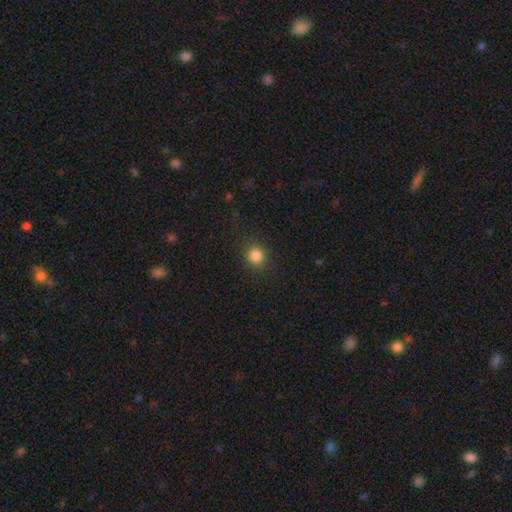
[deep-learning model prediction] Smooth or featured?
  - smooth: 83% *
  - star or artifact: 12%
  - featured or disk: 4%
How rounded?
  - round: 90% *
  - in between: 9%
  - cigar-shaped: 1%
Merging?
  - none: 89% *
  - minor disturbance: 7%
  - major disturbance: 3%
  - merger: 1%